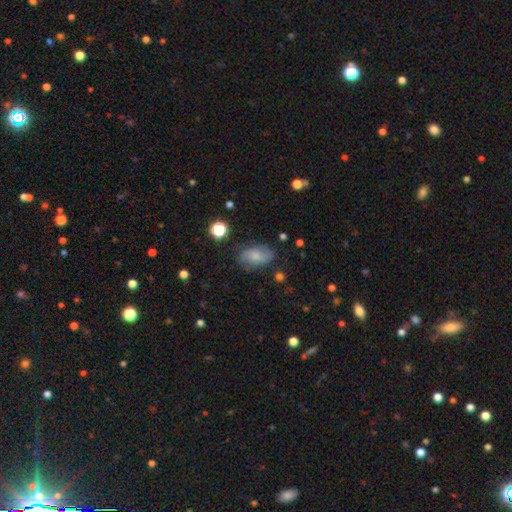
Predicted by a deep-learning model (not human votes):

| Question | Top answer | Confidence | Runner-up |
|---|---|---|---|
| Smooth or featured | smooth | 66% | featured or disk (24%) |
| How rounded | in between | 89% | round (9%) |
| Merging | none | 74% | minor disturbance (19%) |